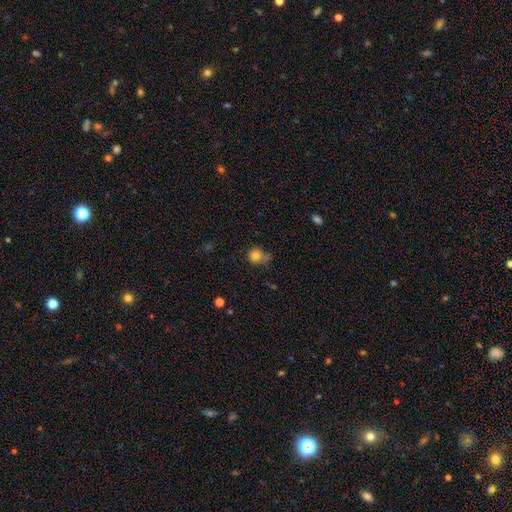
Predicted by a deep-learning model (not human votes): Smooth or featured: smooth — 80% (star or artifact — 12%)
How rounded: round — 85% (in between — 14%)
Merging: none — 56% (minor disturbance — 27%)